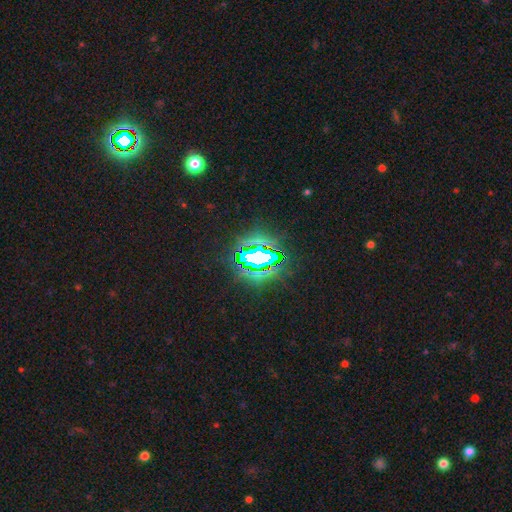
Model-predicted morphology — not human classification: star or artifact 75%, smooth 13%, featured or disk 12%.